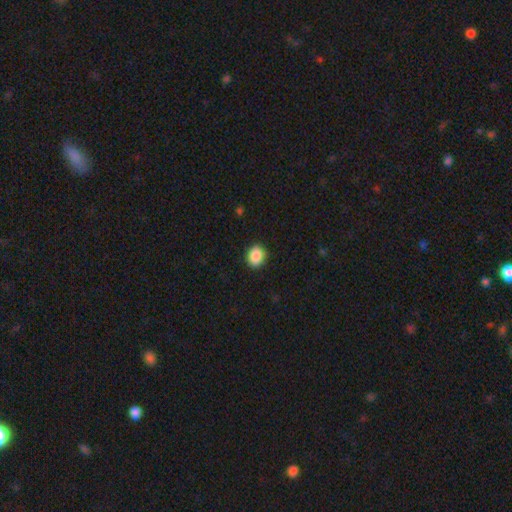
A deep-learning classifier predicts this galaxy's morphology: Smooth or featured: smooth — 89% (star or artifact — 8%)
How rounded: round — 50% (in between — 49%)
Merging: none — 90% (minor disturbance — 7%)